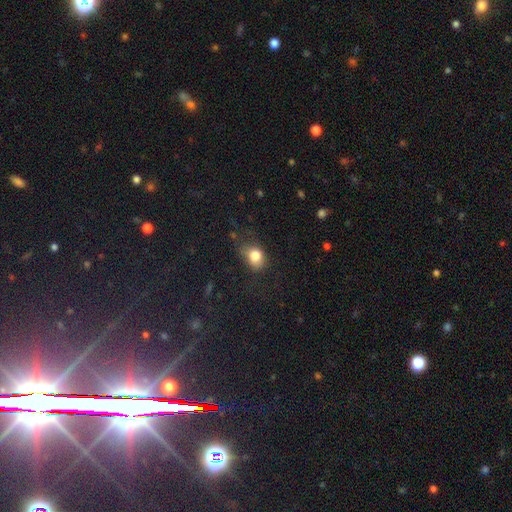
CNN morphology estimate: Q: Smooth or featured?
A: smooth (81%); runner-up: star or artifact (10%)
Q: How rounded?
A: in between (58%); runner-up: round (41%)
Q: Merging?
A: none (50%); runner-up: minor disturbance (31%)